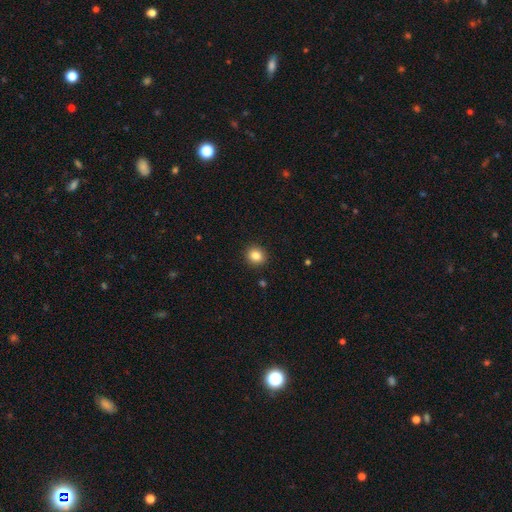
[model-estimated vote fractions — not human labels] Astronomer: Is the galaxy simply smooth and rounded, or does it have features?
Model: smooth — 84%.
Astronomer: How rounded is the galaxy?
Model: round — 83%.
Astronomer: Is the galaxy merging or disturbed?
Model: none — 91%.